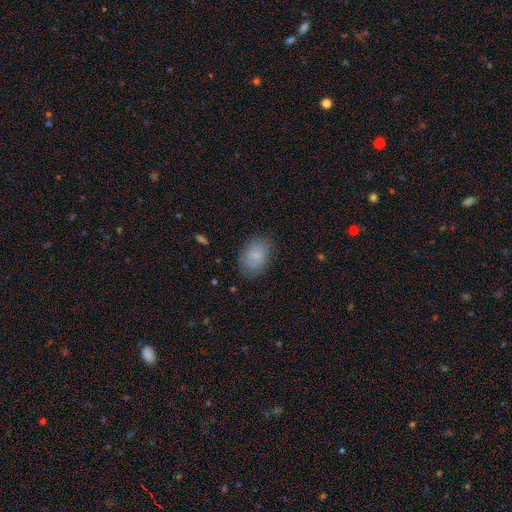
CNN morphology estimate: Smooth or featured?
  - smooth: 81% *
  - featured or disk: 12%
  - star or artifact: 8%
How rounded?
  - in between: 83% *
  - round: 15%
  - cigar-shaped: 1%
Merging?
  - none: 80% *
  - minor disturbance: 14%
  - major disturbance: 4%
  - merger: 1%